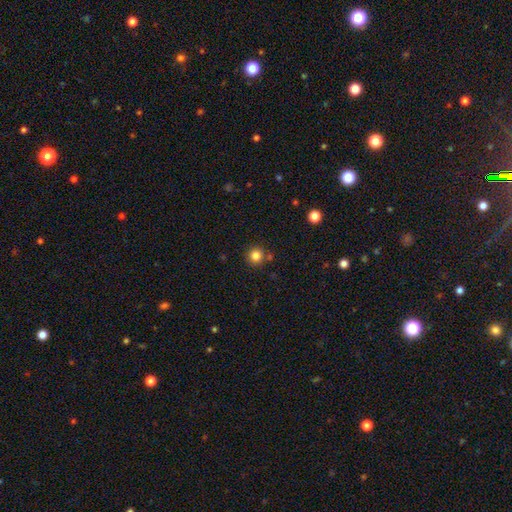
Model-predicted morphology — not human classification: smooth-or-featured: smooth: 83% | star or artifact: 12% | featured or disk: 5%
  how-rounded: round: 94% | in between: 5% | cigar-shaped: 1%
  merging: none: 84% | minor disturbance: 7% | merger: 6% | major disturbance: 2%